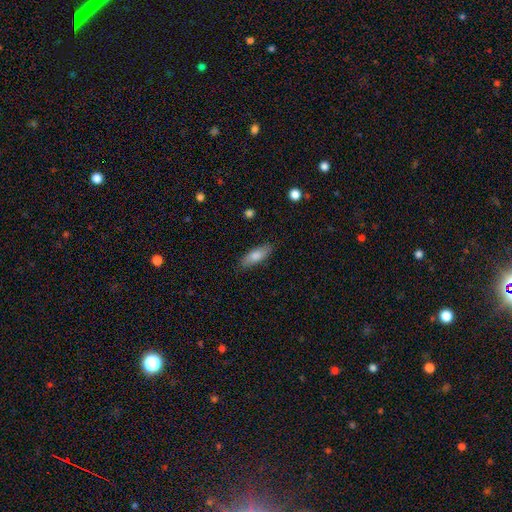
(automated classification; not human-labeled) The model was most divided on "how rounded": in between: 59%, cigar-shaped: 39%, round: 2%. More confident: merging — none (84%); smooth or featured — smooth (76%).